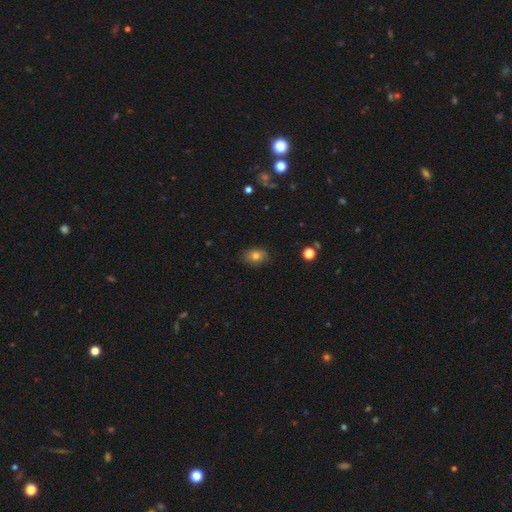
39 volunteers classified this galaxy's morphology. This appears to be a smooth galaxy with no disk features (79%) that is in between round and cigar-shaped (71%). Merging: none (81%).